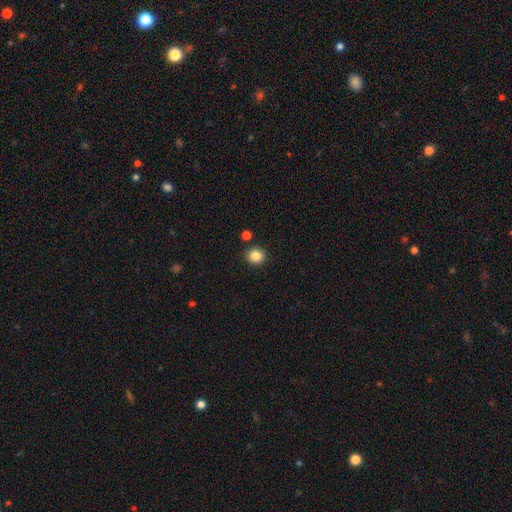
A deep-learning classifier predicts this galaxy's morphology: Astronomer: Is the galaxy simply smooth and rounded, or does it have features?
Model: smooth — 85%.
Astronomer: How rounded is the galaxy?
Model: round — 85%.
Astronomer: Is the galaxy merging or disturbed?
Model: none — 88%.